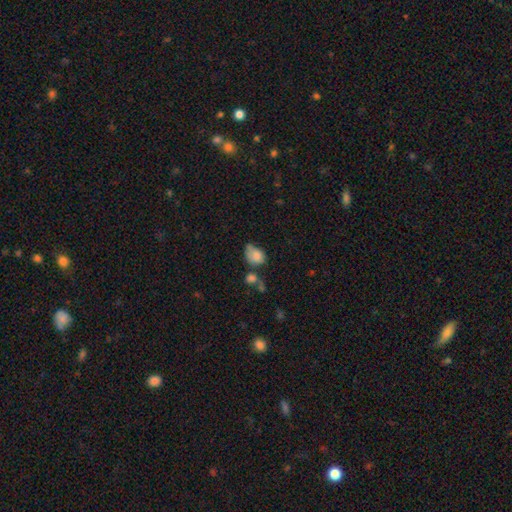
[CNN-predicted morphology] type=smooth (76%); roundness=in between (64%); merging=none (29%, tied with minor disturbance).